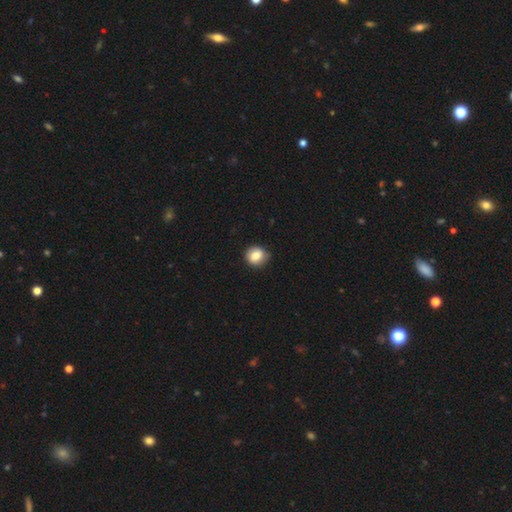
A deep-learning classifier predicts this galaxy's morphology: Smooth or featured: smooth — 81% (featured or disk — 11%)
How rounded: round — 81% (in between — 19%)
Merging: none — 81% (minor disturbance — 15%)